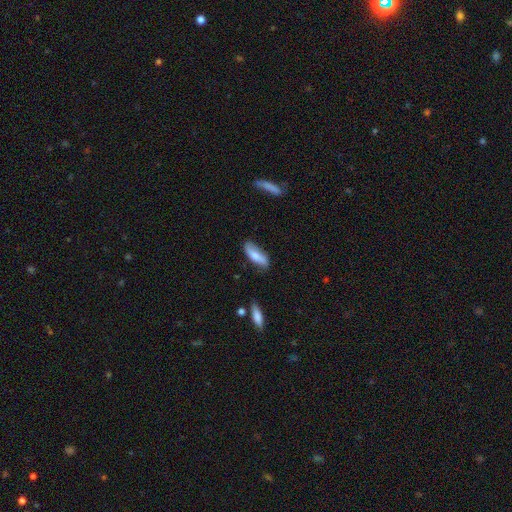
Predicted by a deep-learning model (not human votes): A smooth galaxy with no disk features (75%) that is in between round and cigar-shaped (65%).

Vote fractions:
- Smooth or featured? smooth: 75% / featured or disk: 19% / star or artifact: 6%
- How rounded? in between: 65% / cigar-shaped: 33% / round: 2%
- Merging? none: 73% / minor disturbance: 21% / major disturbance: 4% / merger: 2%